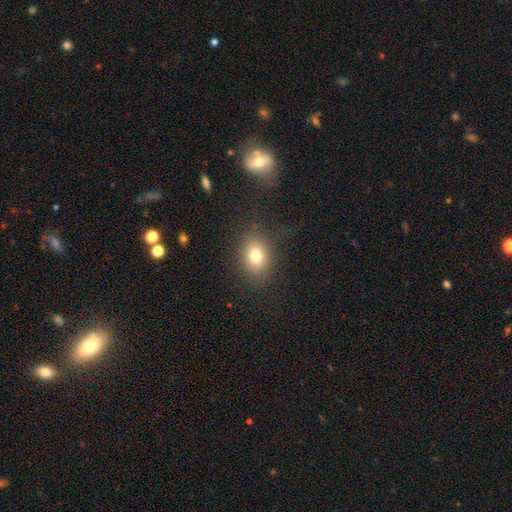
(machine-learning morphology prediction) smooth-or-featured: smooth: 77% | star or artifact: 13% | featured or disk: 10%
  how-rounded: in between: 55% | round: 44% | cigar-shaped: 1%
  merging: none: 82% | minor disturbance: 11% | major disturbance: 6% | merger: 1%